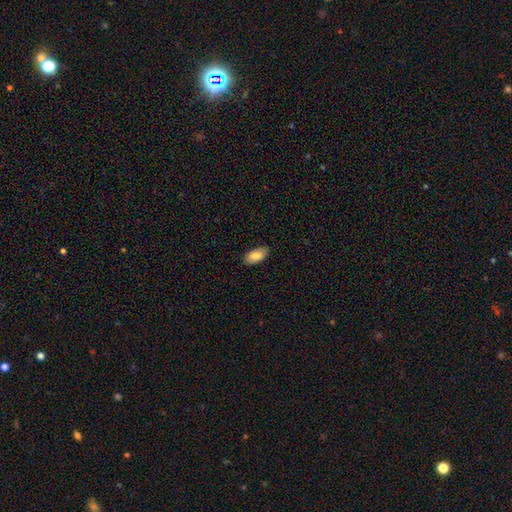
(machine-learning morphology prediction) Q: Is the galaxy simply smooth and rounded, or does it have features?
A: smooth — 84%.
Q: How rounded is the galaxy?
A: in between — 93%.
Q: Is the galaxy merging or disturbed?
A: none — 86%.